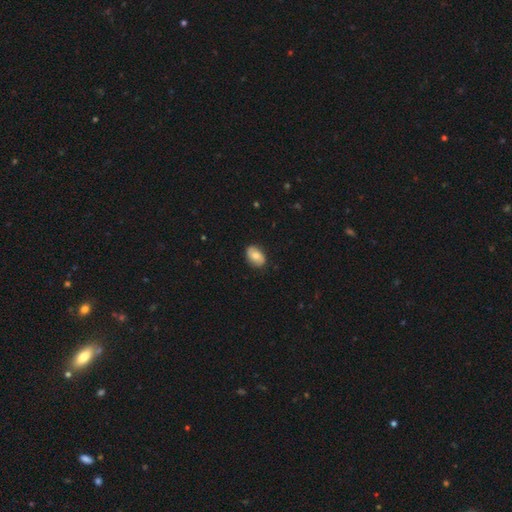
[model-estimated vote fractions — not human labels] This is likely a smooth galaxy (69%). How rounded: clearly in between (87%). Merging: clearly none (84%).